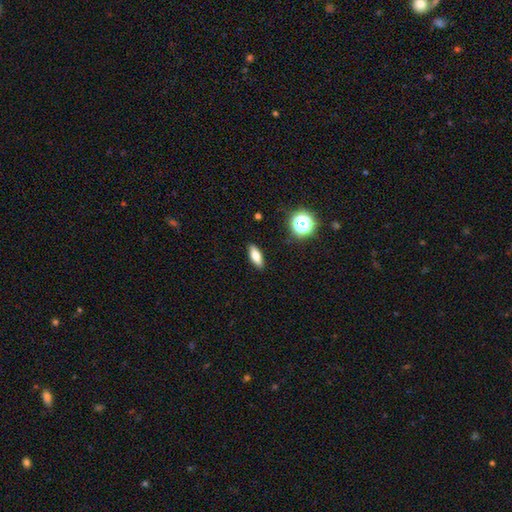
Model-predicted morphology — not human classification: smooth_or_featured: smooth (p=0.71) [alt: featured or disk p=0.18]
how_rounded: in between (p=0.67) [alt: cigar-shaped p=0.28]
merging: none (p=0.89) [alt: minor disturbance p=0.08]